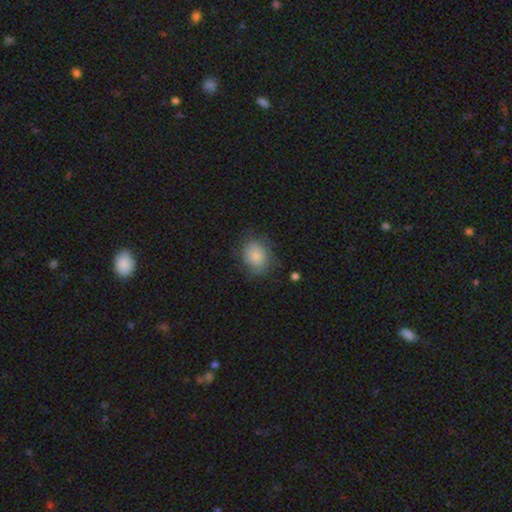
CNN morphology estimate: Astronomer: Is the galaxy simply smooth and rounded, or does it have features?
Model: smooth — 82%.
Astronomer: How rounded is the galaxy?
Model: round — 52% (runner-up: in between, 47%).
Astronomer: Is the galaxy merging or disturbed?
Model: none — 68%.